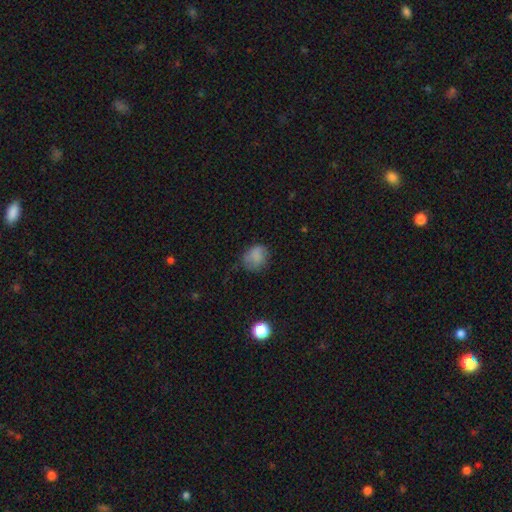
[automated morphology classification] The model was most divided on "merging": none: 57%, minor disturbance: 29%, major disturbance: 12%, merger: 2%. More confident: smooth or featured — smooth (76%); how rounded — round (65%).